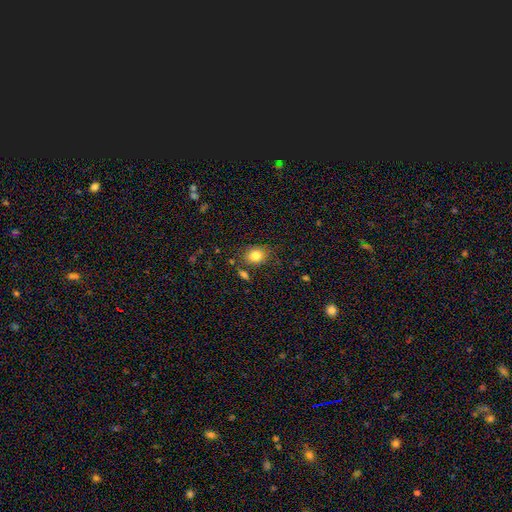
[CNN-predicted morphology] A smooth galaxy with no disk features (83%) that is round (50%). Merging: none (76%).